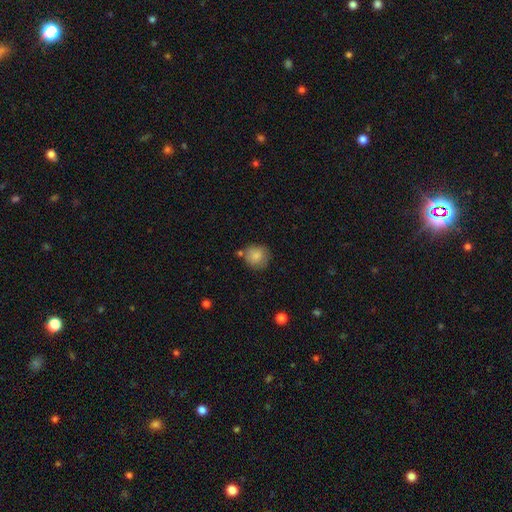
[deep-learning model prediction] A smooth galaxy with no disk features (85%) that is round (89%). Merging: none (74%).